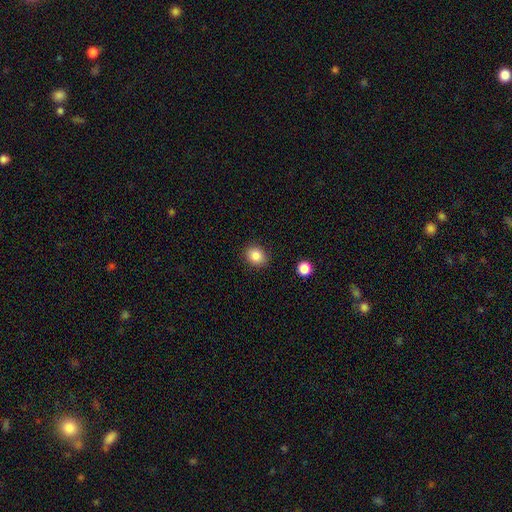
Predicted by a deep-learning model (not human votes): Overall: smooth (86%). How rounded: round (65%; in between 34%). Merging: none (88%).